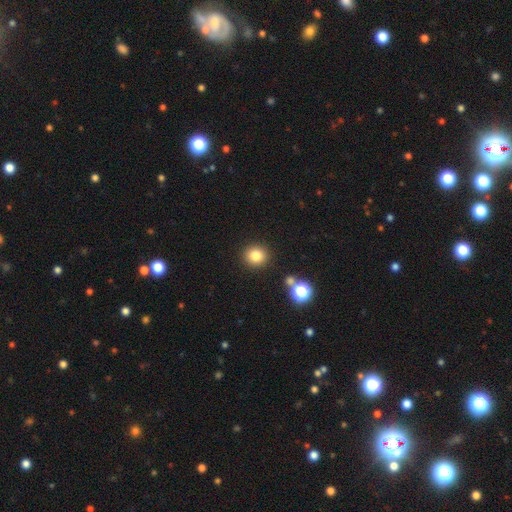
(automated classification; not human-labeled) This appears to be a smooth galaxy with no disk features (81%) that is round (88%). Merging: none (89%).